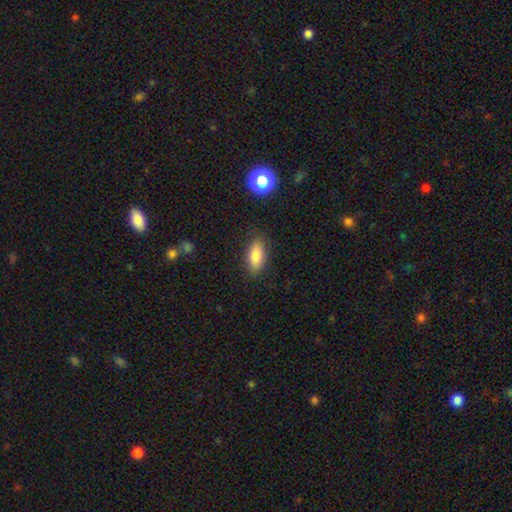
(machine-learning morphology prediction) A smooth galaxy with no disk features (82%) that is in between round and cigar-shaped (85%). Merging: none (83%).